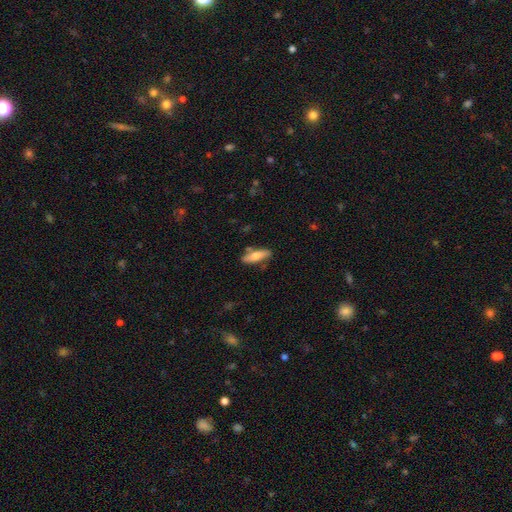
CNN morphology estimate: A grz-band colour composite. It shows a smooth galaxy with no disk features (70%) that is cigar-shaped (52%). Merging: none (77%).